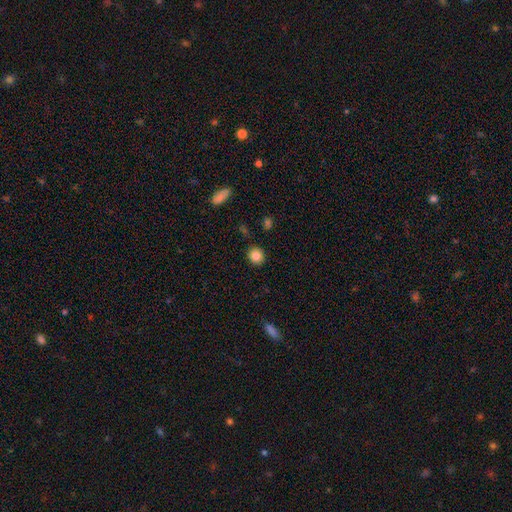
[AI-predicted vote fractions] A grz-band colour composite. It shows a smooth galaxy with no disk features (84%) that is round (85%). Merging: none (89%).